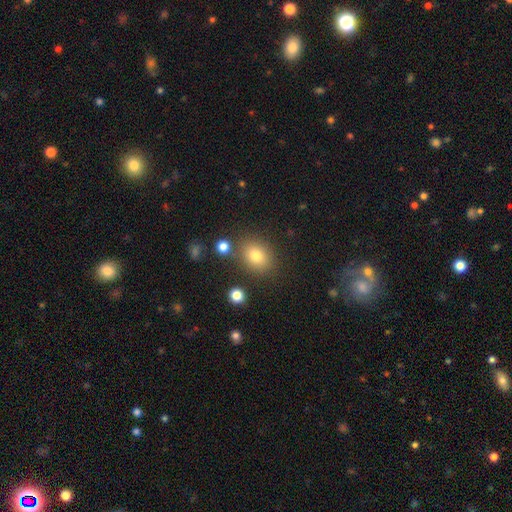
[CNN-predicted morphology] smooth-or-featured: smooth: 79% | star or artifact: 12% | featured or disk: 9%
  how-rounded: round: 50% | in between: 49% | cigar-shaped: 1%
  merging: none: 80% | minor disturbance: 11% | merger: 6% | major disturbance: 4%